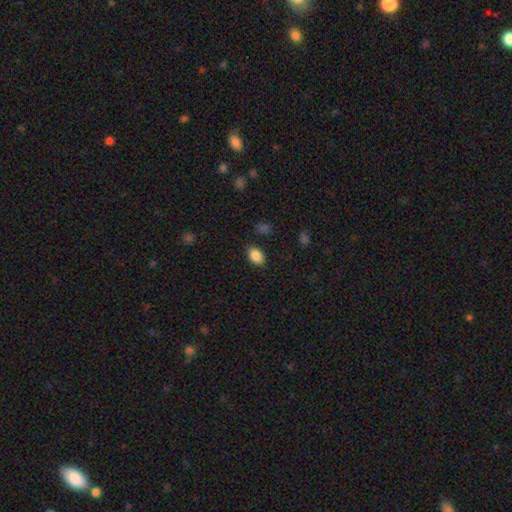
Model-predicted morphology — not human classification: The model was most divided on "how rounded": in between: 84%, round: 15%, cigar-shaped: 1%. More confident: smooth or featured — smooth (87%); merging — none (85%).